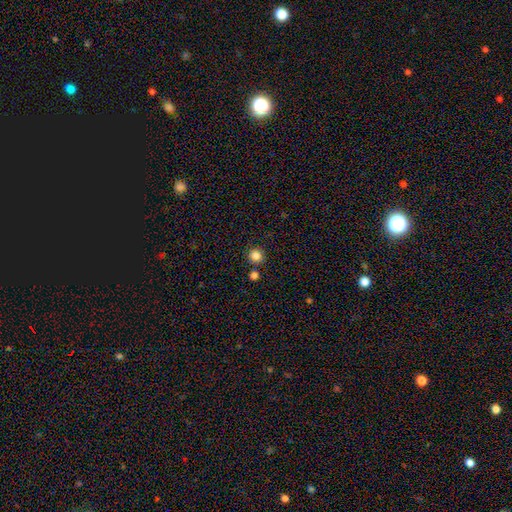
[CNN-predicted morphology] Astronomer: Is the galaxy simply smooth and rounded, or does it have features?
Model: smooth — 84%.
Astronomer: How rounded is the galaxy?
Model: round — 94%.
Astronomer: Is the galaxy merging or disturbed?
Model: none — 84%.